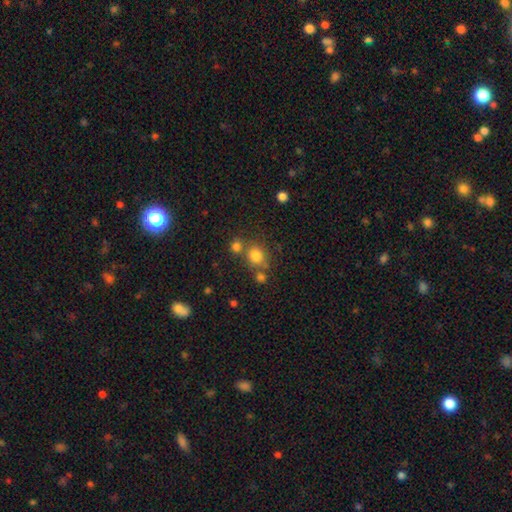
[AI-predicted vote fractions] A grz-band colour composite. It shows a smooth galaxy with no disk features (78%) that is round (75%). Merging: none (59%).